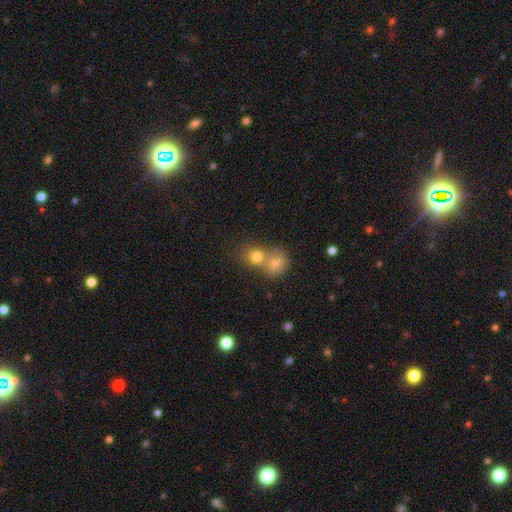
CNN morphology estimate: smooth-or-featured: smooth: 58% | star or artifact: 28% | featured or disk: 14%
  how-rounded: round: 75% | in between: 22% | cigar-shaped: 2%
  merging: merger: 51% | none: 41% | minor disturbance: 6% | major disturbance: 3%